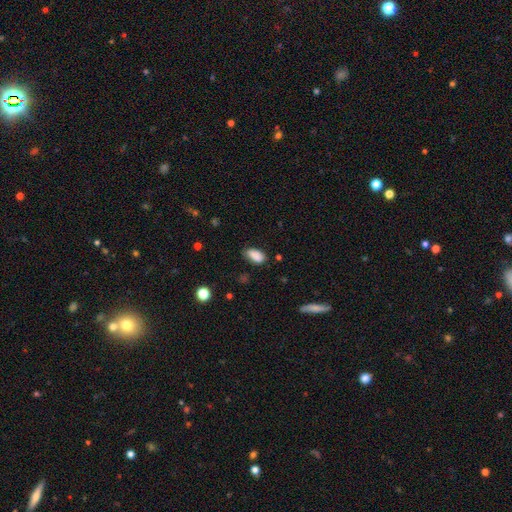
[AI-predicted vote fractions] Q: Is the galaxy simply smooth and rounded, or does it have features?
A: smooth — 87%.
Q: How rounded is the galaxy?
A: in between — 92%.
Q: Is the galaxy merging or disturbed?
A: none — 75%.